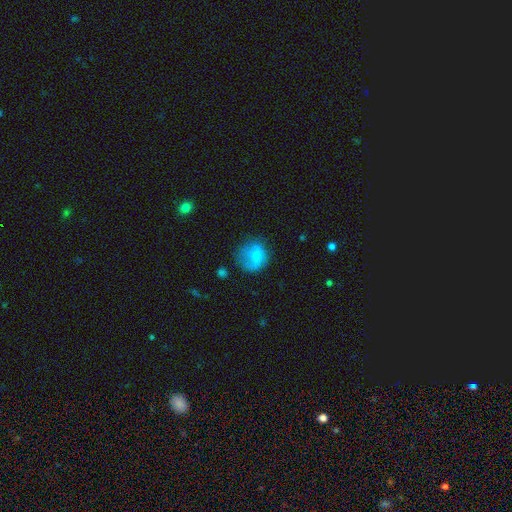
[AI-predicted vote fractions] Smooth or featured?
  - smooth: 70% *
  - featured or disk: 21%
  - star or artifact: 10%
How rounded?
  - round: 69% *
  - in between: 29%
  - cigar-shaped: 1%
Merging?
  - none: 46% *
  - minor disturbance: 26%
  - major disturbance: 25%
  - merger: 3%